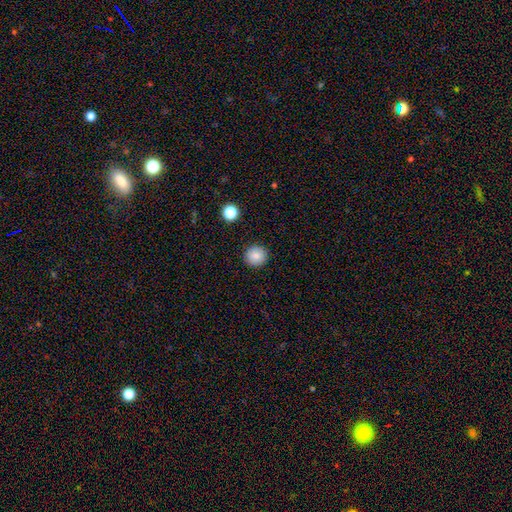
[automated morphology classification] smooth_or_featured: smooth (p=0.83) [alt: star or artifact p=0.09]
how_rounded: round (p=0.95) [alt: in between p=0.04]
merging: none (p=0.92) [alt: minor disturbance p=0.05]